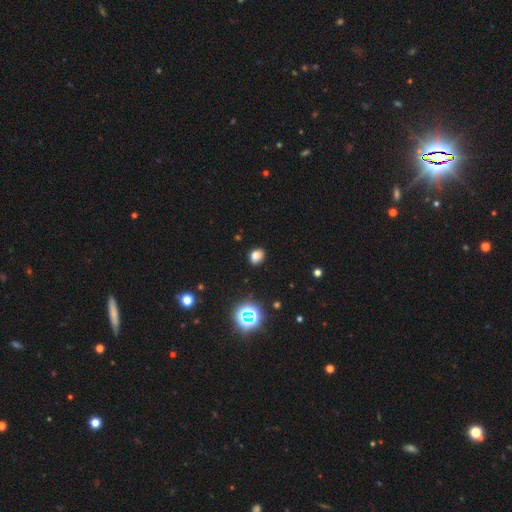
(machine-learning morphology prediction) smooth 76%, star or artifact 18%, featured or disk 6%. Down the decision tree: how rounded — in between (63%); merging — none (85%).